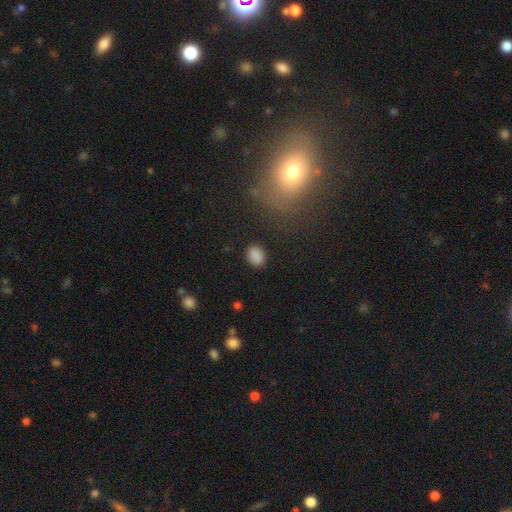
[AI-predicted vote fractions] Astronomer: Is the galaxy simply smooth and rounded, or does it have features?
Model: smooth — 86%.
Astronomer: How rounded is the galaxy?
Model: in between — 63%.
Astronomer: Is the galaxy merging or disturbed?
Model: none — 86%.